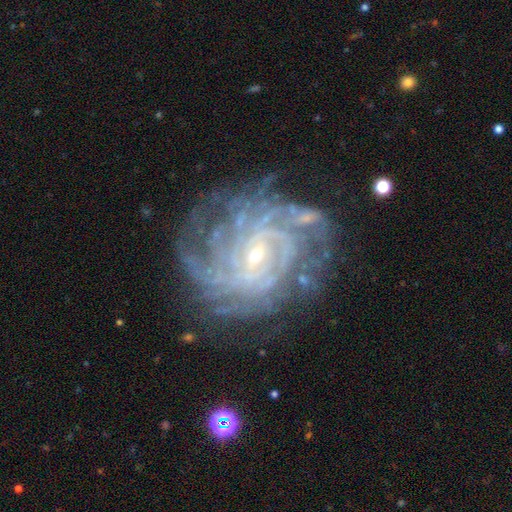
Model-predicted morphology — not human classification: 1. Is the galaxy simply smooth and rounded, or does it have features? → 89% featured or disk, 6% star or artifact, 4% smooth.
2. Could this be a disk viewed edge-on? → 97% no, 3% yes.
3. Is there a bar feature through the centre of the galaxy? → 43% weak, 42% no, 16% strong.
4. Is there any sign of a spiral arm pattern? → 97% yes, 3% no.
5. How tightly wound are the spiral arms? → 74% tight, 22% medium, 4% loose.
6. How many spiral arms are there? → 26% can't tell, 23% more than 4, 21% 4, 12% 3, 10% 2, 7% 1.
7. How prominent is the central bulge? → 80% small, 17% moderate, 1% none, 1% large, 1% dominant.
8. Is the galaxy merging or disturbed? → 73% none, 17% minor disturbance, 8% major disturbance, 2% merger.